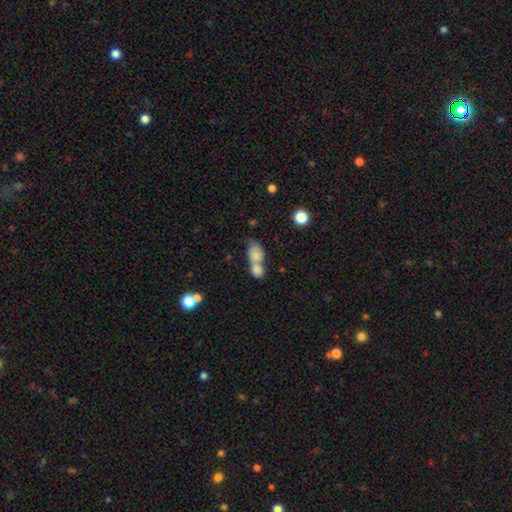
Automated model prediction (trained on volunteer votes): This is likely a smooth galaxy (80%). How rounded: likely in between (78%). Merging: likely merger (72%).